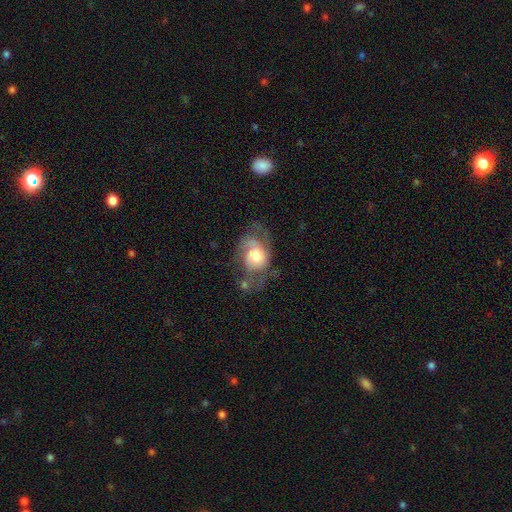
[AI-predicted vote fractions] Smooth or featured? featured or disk (67%)
Edge-on disk? no (97%)
Bar? no (70%)
Spiral arms? yes (85%)
Spiral winding? medium (45%)
Spiral arm count? 2 (43%)
Bulge size? moderate (53%)
Merging? none (37%)